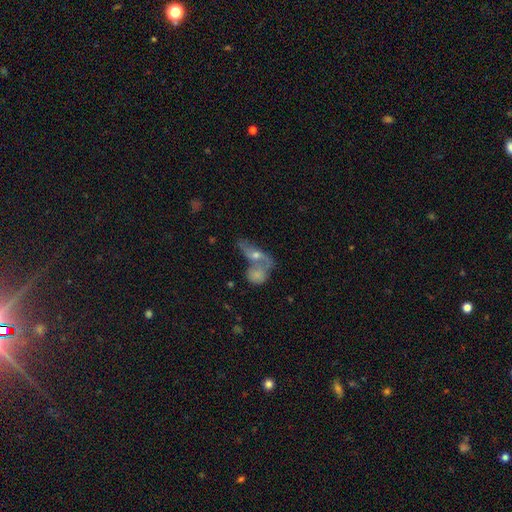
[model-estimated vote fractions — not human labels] smooth_or_featured: featured or disk (p=0.53) [alt: smooth p=0.34]
disk_edge_on: no (p=0.79) [alt: yes p=0.21]
merging: merger (p=0.55) [alt: none p=0.27]